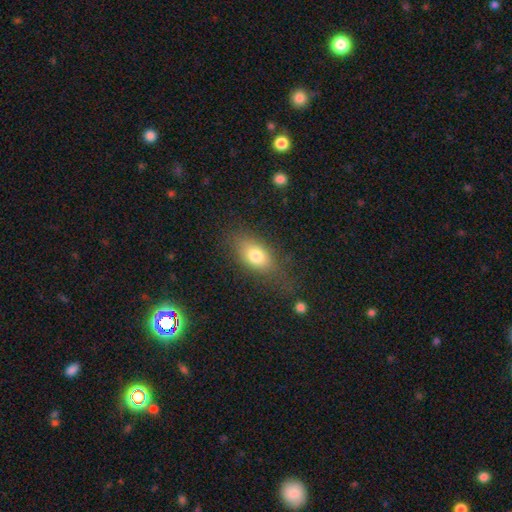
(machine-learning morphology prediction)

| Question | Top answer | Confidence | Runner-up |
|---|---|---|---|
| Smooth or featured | smooth | 76% | featured or disk (14%) |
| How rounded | in between | 82% | round (12%) |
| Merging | none | 70% | minor disturbance (18%) |